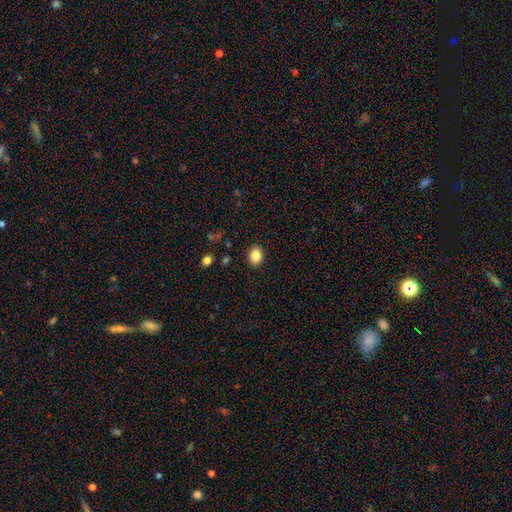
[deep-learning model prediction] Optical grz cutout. It shows a smooth galaxy with no disk features (87%) that is in between round and cigar-shaped (62%). Merging: none (89%).